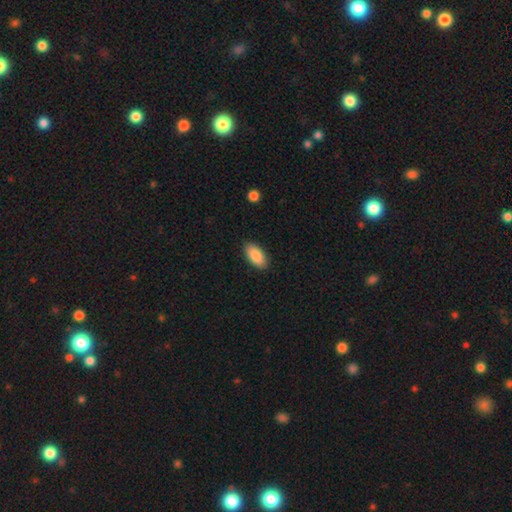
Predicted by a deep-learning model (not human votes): A smooth galaxy with no disk features (89%) that is in between round and cigar-shaped (93%).

Vote fractions:
- Smooth or featured? smooth: 89% / star or artifact: 6% / featured or disk: 5%
- How rounded? in between: 93% / cigar-shaped: 5% / round: 2%
- Merging? none: 89% / minor disturbance: 8% / major disturbance: 2% / merger: 1%